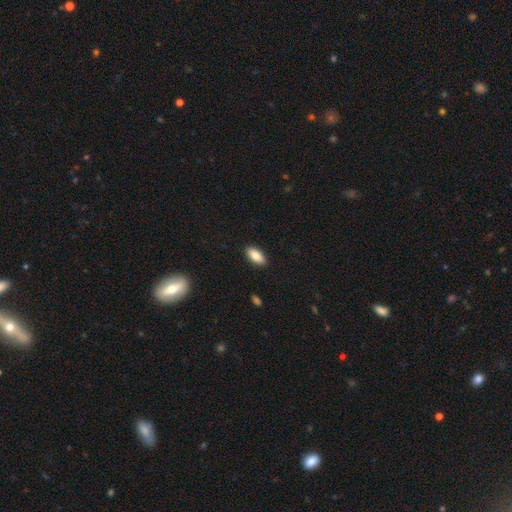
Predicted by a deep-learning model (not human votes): The model was most divided on "smooth or featured": smooth: 85%, featured or disk: 8%, star or artifact: 7%. More confident: merging — none (89%); how rounded — in between (88%).